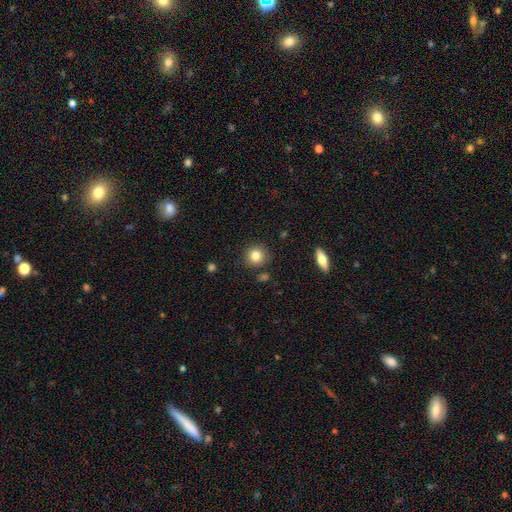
A smooth galaxy with no disk features (85%) that is round (88%). Merging: none (83%).